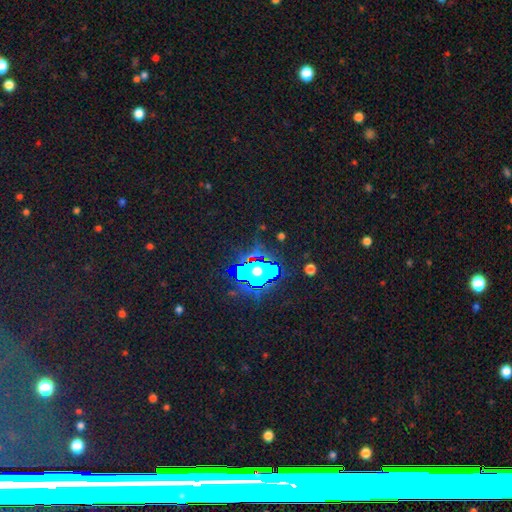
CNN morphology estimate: This is clearly a star or artifact rather than a galaxy (80%).